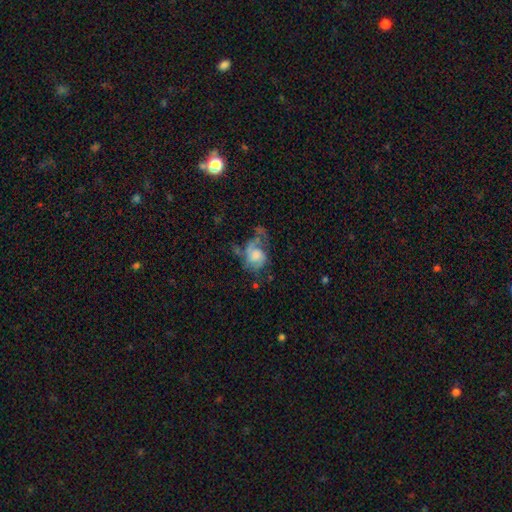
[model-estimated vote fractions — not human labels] Smooth or featured: featured or disk — 53% (smooth — 38%)
Edge-on disk: no — 97% (yes — 3%)
Bar: no — 73% (weak — 23%)
Spiral arms: yes — 68% (no — 32%)
Bulge size: large — 31% (moderate — 27%)
Merging: major disturbance — 47% (none — 23%)